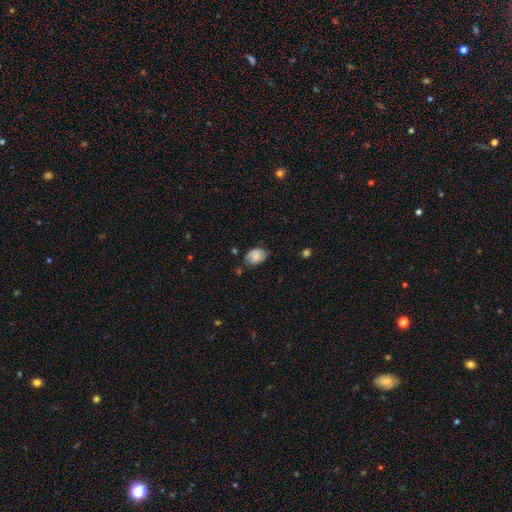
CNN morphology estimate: smooth_or_featured: smooth (p=0.68) [alt: featured or disk p=0.23]
how_rounded: in between (p=0.83) [alt: round p=0.16]
merging: none (p=0.61) [alt: minor disturbance p=0.29]